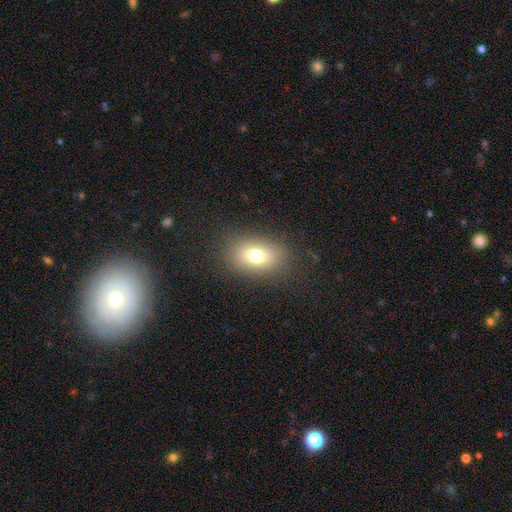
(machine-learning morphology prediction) This is likely a smooth galaxy (74%). How rounded: likely in between (79%). Merging: clearly none (83%).